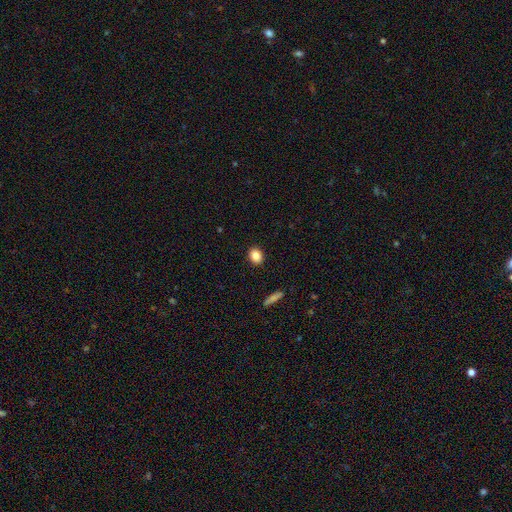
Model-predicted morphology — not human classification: This appears to be a smooth galaxy with no disk features (85%) that is round (55%). Merging: none (91%).